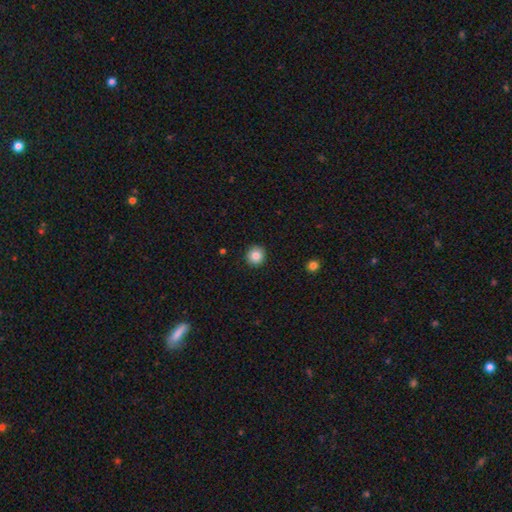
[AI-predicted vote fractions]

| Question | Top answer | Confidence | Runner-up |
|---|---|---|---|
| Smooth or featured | smooth | 84% | star or artifact (10%) |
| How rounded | round | 93% | in between (6%) |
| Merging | none | 92% | minor disturbance (5%) |